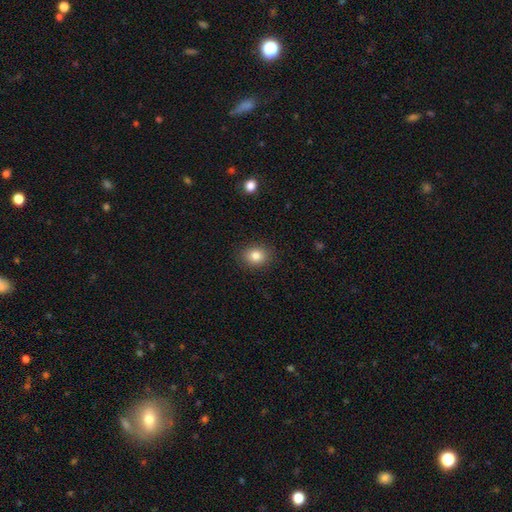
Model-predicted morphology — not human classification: Overall: smooth (82%). How rounded: round (57%; in between 42%). Merging: none (89%).